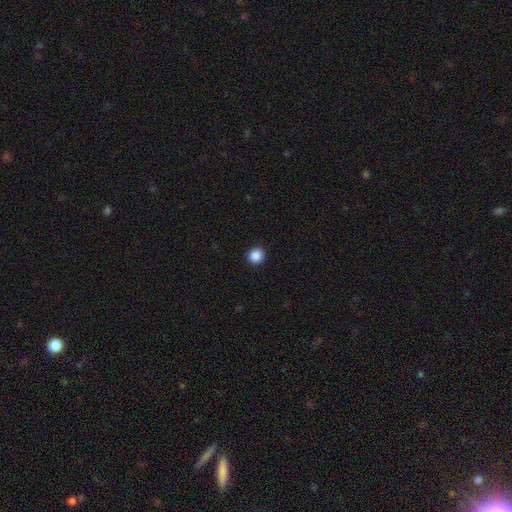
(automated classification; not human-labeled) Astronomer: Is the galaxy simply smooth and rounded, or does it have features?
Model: smooth — 87%.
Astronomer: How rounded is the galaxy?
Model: round — 94%.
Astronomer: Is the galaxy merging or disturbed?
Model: none — 93%.